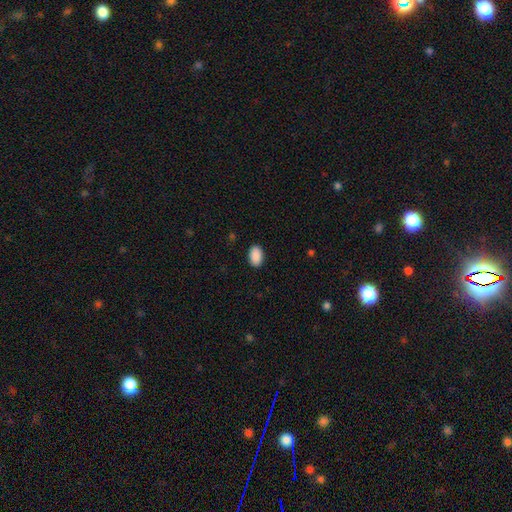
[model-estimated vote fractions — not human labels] The model was most divided on "merging": none: 89%, minor disturbance: 8%, major disturbance: 2%, merger: 1%. More confident: how rounded — in between (92%); smooth or featured — smooth (91%).